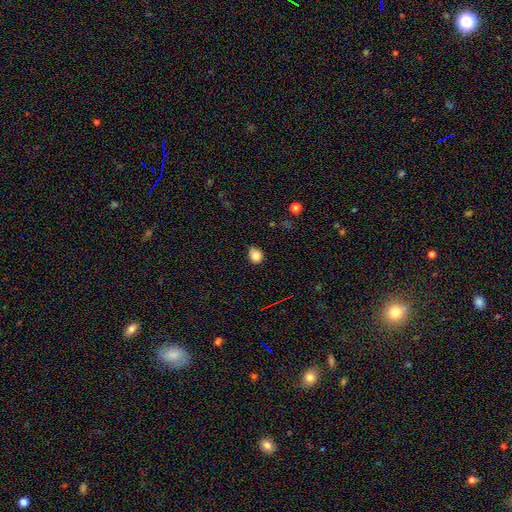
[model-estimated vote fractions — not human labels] Smooth or featured: smooth — 81% (star or artifact — 12%)
How rounded: round — 65% (in between — 34%)
Merging: none — 70% (minor disturbance — 24%)